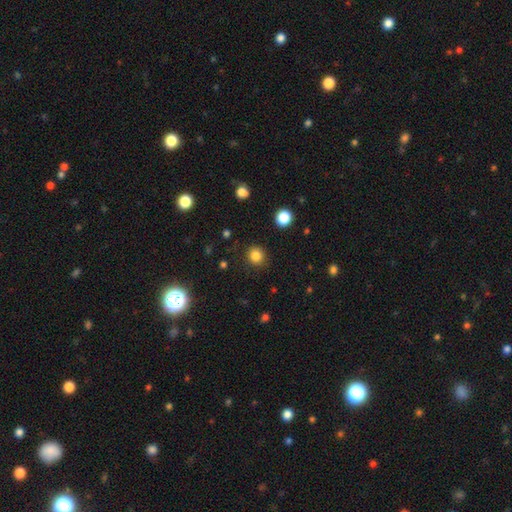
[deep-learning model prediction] Morphology: type=smooth (83%); roundness=round (90%); merging=none (89%).